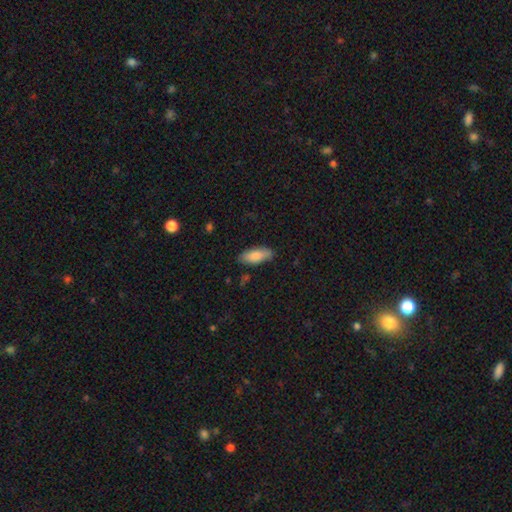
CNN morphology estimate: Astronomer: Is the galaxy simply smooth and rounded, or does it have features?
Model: smooth — 83%.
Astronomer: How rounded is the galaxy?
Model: in between — 79%.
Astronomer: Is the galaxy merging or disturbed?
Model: none — 79%.